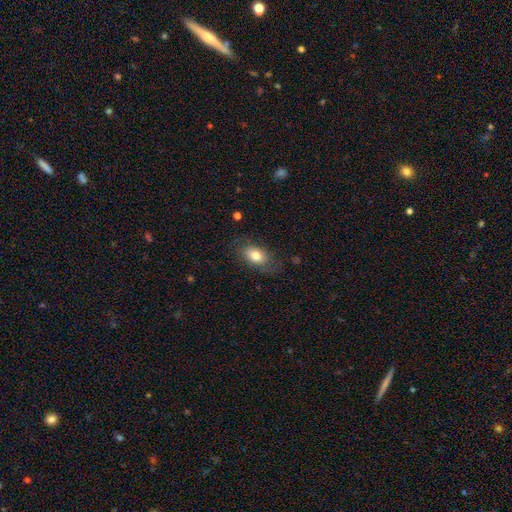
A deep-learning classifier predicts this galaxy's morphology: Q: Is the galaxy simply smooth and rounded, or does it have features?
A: smooth — 75%.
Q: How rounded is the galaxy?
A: in between — 86%.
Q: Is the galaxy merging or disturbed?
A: none — 71%.